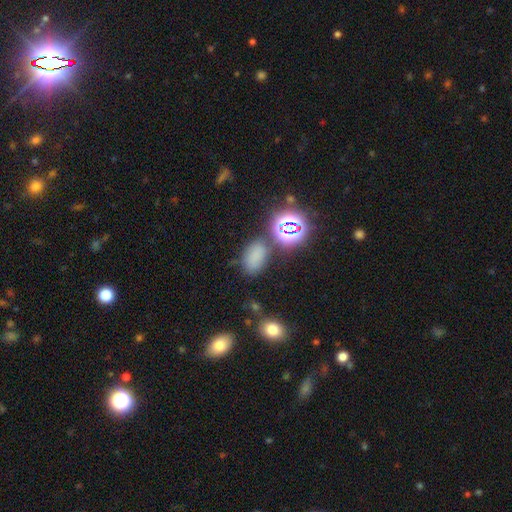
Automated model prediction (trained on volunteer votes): A smooth galaxy with no disk features (68%) that is in between round and cigar-shaped (85%). Merging: none (69%).